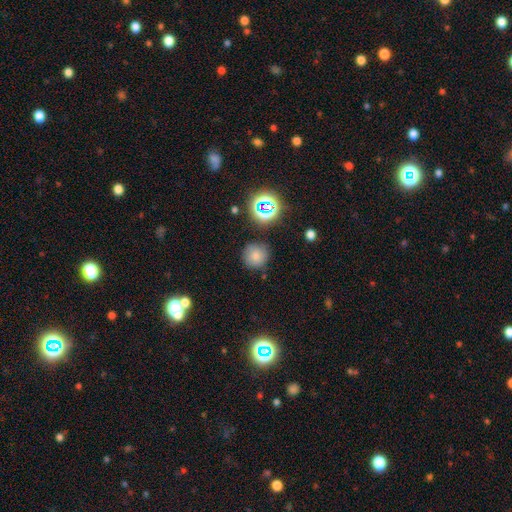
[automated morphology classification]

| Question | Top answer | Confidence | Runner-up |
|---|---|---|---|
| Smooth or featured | smooth | 70% | star or artifact (19%) |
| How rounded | round | 93% | in between (6%) |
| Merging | none | 81% | minor disturbance (12%) |